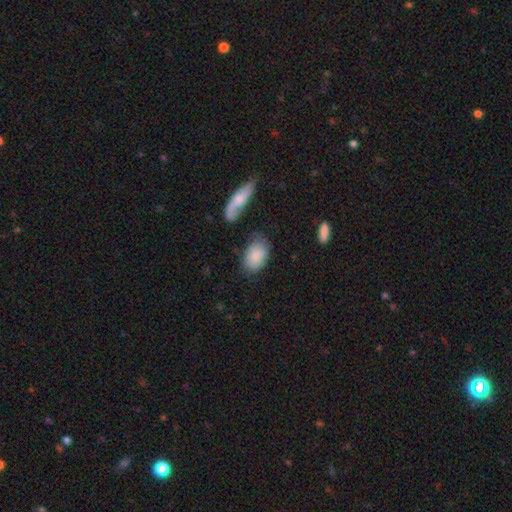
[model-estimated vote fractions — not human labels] smooth 79%, featured or disk 14%, star or artifact 7%. Down the decision tree: how rounded — in between (85%); merging — none (59%).